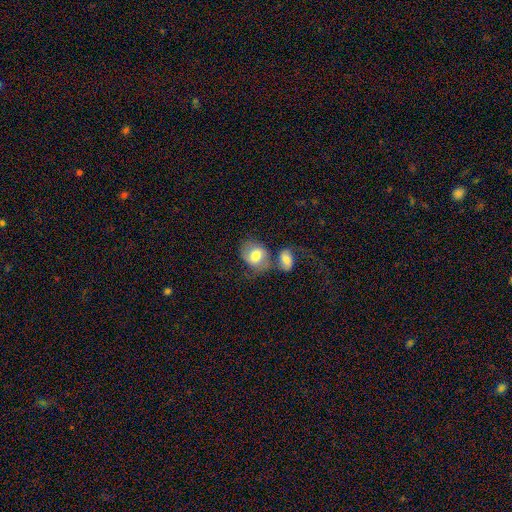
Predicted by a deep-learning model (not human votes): This appears to be a smooth galaxy with no disk features (61%) that is in between round and cigar-shaped (51%). Merging: merger (40%).